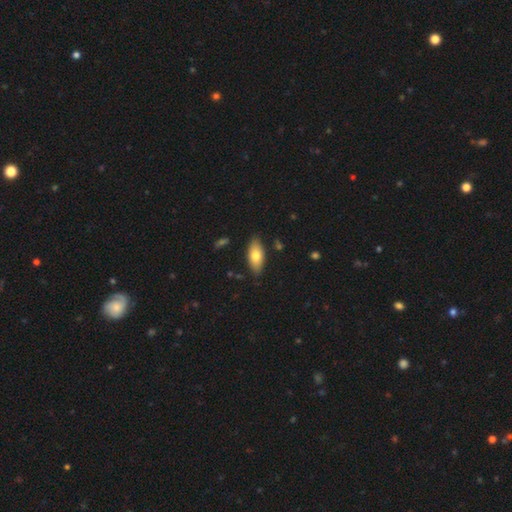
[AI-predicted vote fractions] smooth_or_featured: smooth (p=0.72) [alt: featured or disk p=0.22]
how_rounded: in between (p=0.84) [alt: cigar-shaped p=0.13]
merging: none (p=0.84) [alt: minor disturbance p=0.12]